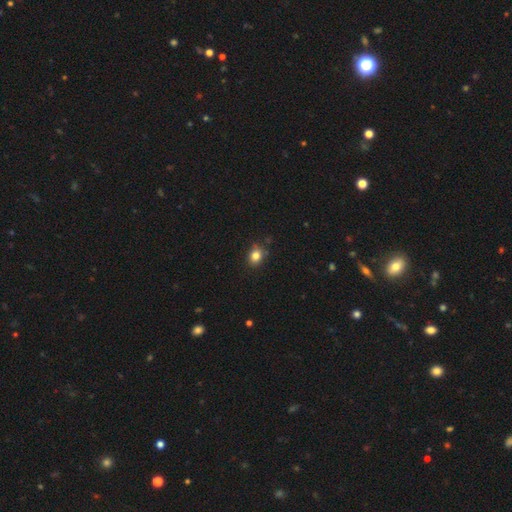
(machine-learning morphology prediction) This is clearly a smooth galaxy (82%). How rounded: possibly in between (50%). Merging: clearly none (81%).